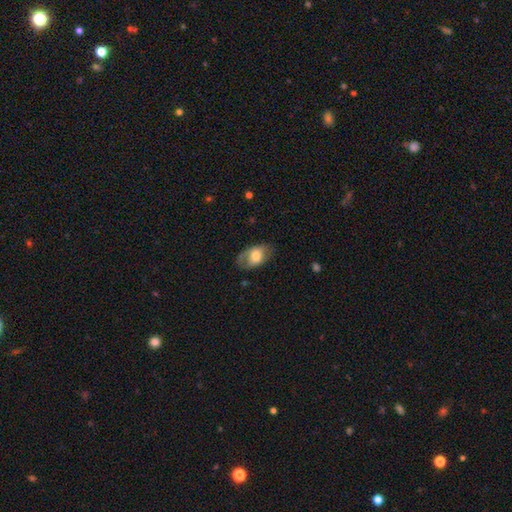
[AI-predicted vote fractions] smooth_or_featured: smooth (p=0.60) [alt: featured or disk p=0.33]
how_rounded: in between (p=0.88) [alt: round p=0.10]
merging: none (p=0.66) [alt: minor disturbance p=0.23]